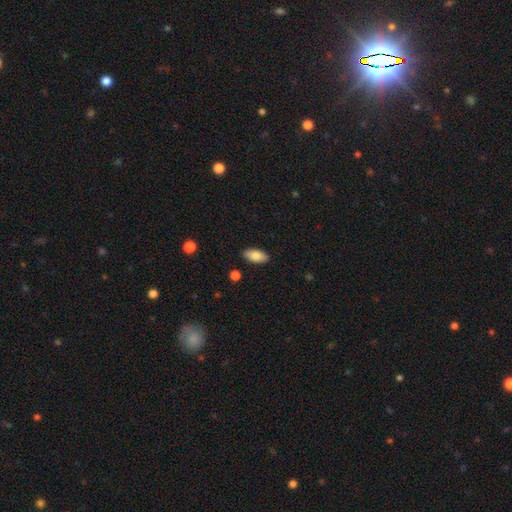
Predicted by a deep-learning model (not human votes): Smooth or featured? Predicted: smooth (p=0.83). How rounded? Predicted: in between (p=0.91). Merging? Predicted: none (p=0.89).